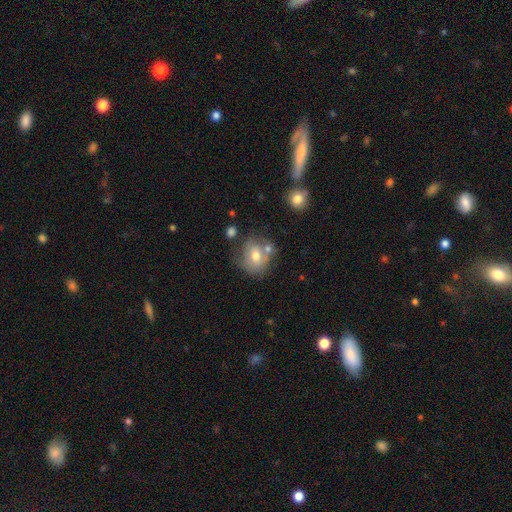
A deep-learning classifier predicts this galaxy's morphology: Overall: smooth (64%; featured or disk 27%). How rounded: round (69%; in between 30%). Merging: none (48%; merger 24%).